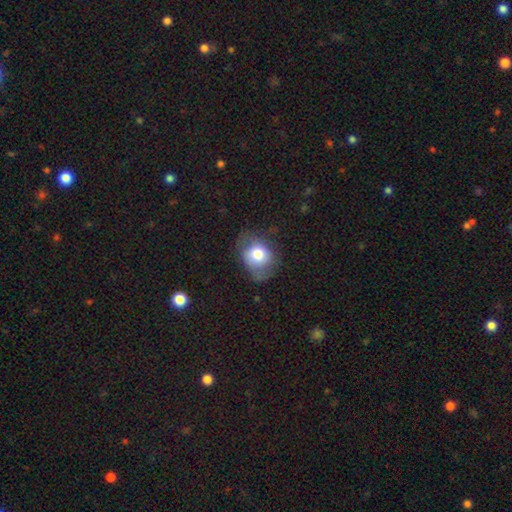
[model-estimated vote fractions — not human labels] Q: Smooth or featured?
A: smooth (69%); runner-up: featured or disk (22%)
Q: How rounded?
A: round (53%); runner-up: in between (46%)
Q: Merging?
A: none (50%); runner-up: minor disturbance (31%)